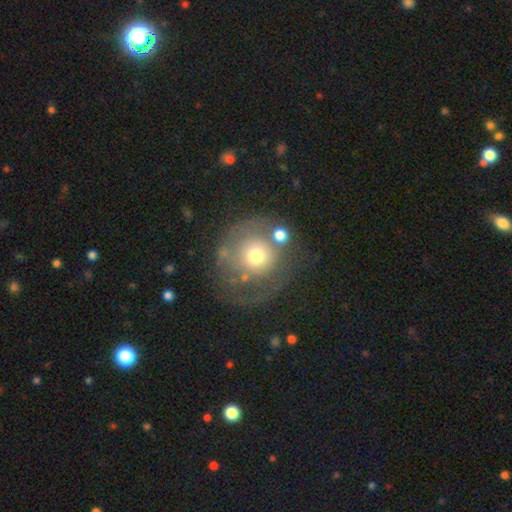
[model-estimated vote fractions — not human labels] smooth_or_featured: smooth (p=0.49) [alt: featured or disk p=0.41]
merging: none (p=0.47) [alt: major disturbance p=0.23]